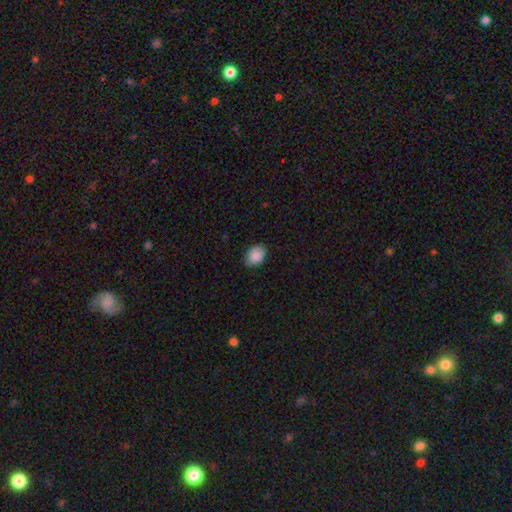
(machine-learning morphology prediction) This is clearly a smooth galaxy (88%). How rounded: likely in between (77%). Merging: clearly none (81%).